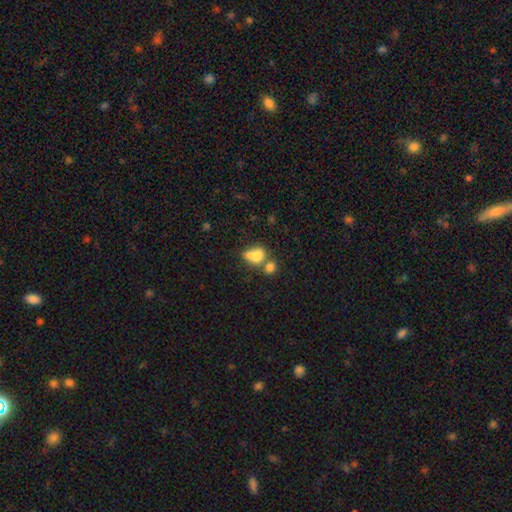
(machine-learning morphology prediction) type=smooth (76%); roundness=in between (73%); merging=merger (50%).